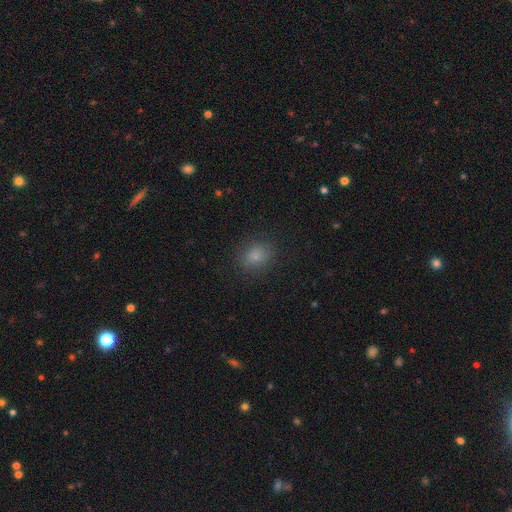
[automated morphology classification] smooth_or_featured: smooth (p=0.81) [alt: star or artifact p=0.13]
how_rounded: round (p=0.62) [alt: in between p=0.37]
merging: none (p=0.86) [alt: minor disturbance p=0.10]